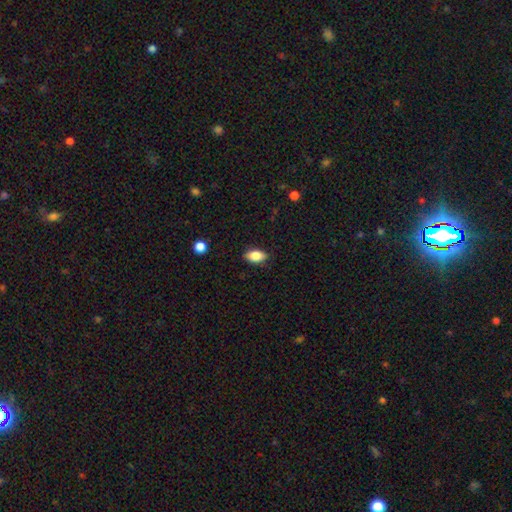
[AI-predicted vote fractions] This is clearly a smooth galaxy (85%). How rounded: clearly in between (89%). Merging: clearly none (85%).